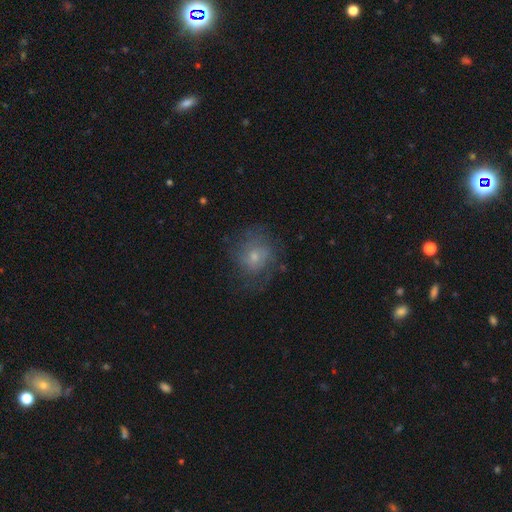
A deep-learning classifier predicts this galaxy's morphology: smooth-or-featured: smooth: 48% | featured or disk: 41% | star or artifact: 11%
  merging: none: 60% | minor disturbance: 22% | major disturbance: 17% | merger: 2%